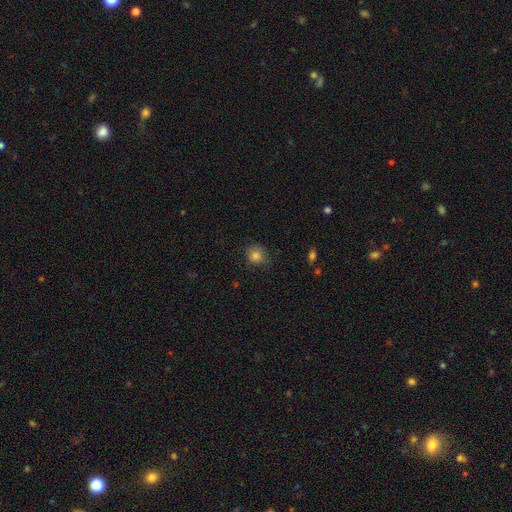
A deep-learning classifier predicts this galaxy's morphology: Smooth or featured? smooth (81%)
How rounded? round (84%)
Merging? none (75%)